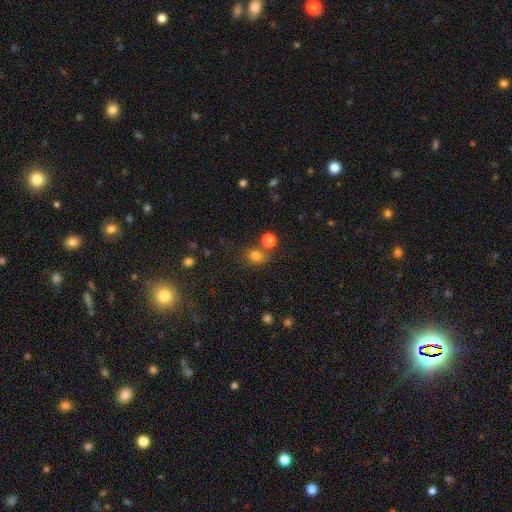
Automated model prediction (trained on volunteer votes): The model was most divided on "how rounded": round: 62%, in between: 37%, cigar-shaped: 1%. More confident: smooth or featured — smooth (76%); merging — none (63%).